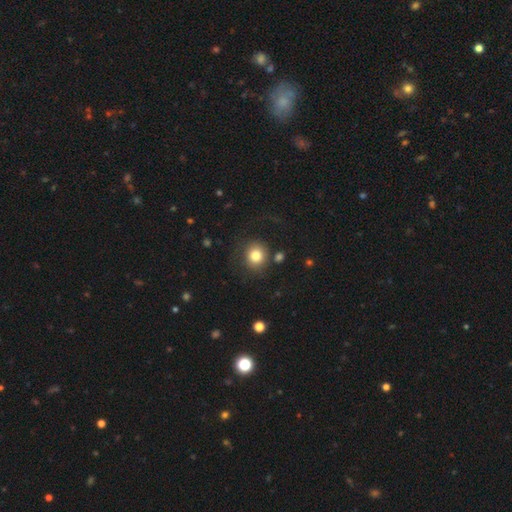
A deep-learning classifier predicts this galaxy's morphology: This is clearly a smooth galaxy (81%). How rounded: clearly round (84%). Merging: likely none (78%).